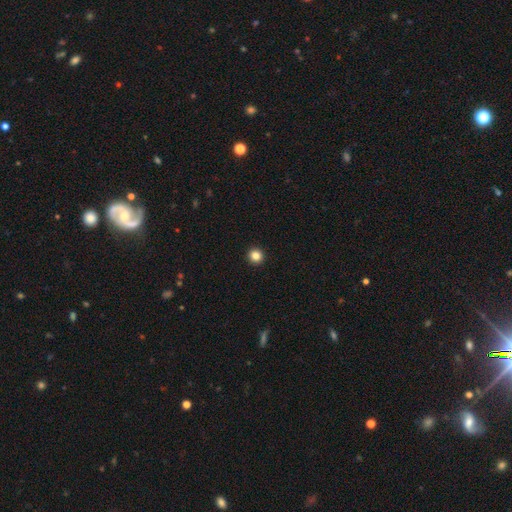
A smooth galaxy with no disk features (87%) that is round (91%). Merging: none (100%).